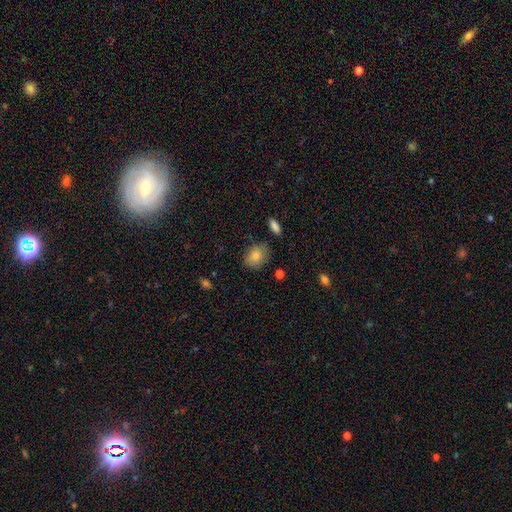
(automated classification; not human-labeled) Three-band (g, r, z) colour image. It shows a smooth galaxy with no disk features (84%) that is in between round and cigar-shaped (66%). Merging: none (76%).